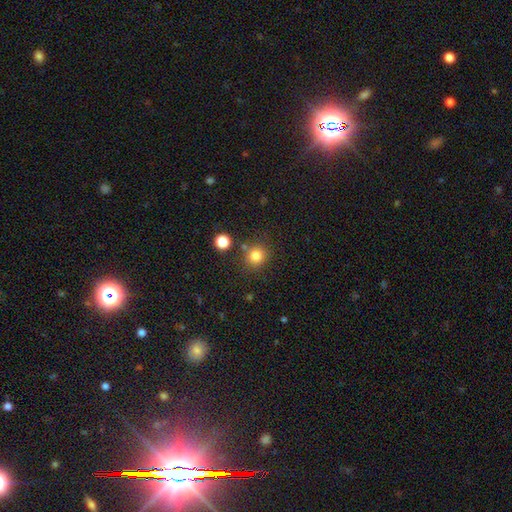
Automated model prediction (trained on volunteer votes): The model was most divided on "smooth or featured": smooth: 82%, star or artifact: 13%, featured or disk: 6%. More confident: how rounded — round (87%); merging — none (79%).